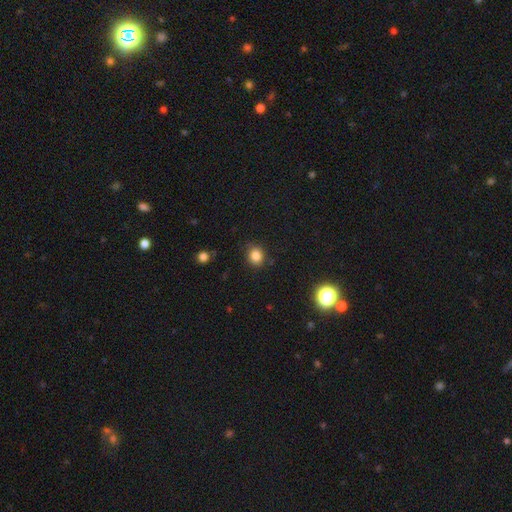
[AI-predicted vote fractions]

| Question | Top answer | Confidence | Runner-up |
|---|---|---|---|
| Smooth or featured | smooth | 83% | star or artifact (12%) |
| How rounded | round | 77% | in between (22%) |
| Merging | none | 84% | minor disturbance (11%) |